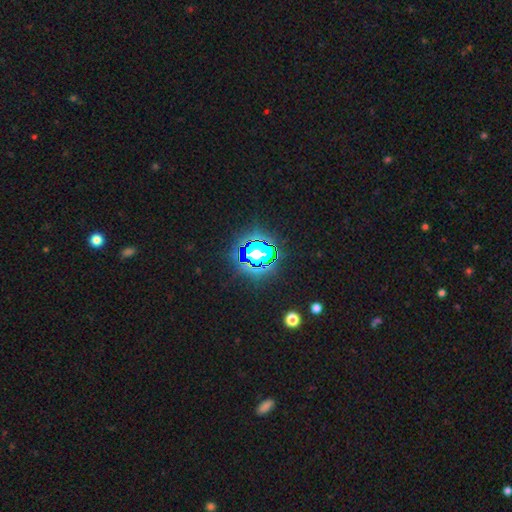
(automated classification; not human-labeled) Smooth or featured? Predicted: star or artifact (p=0.76).